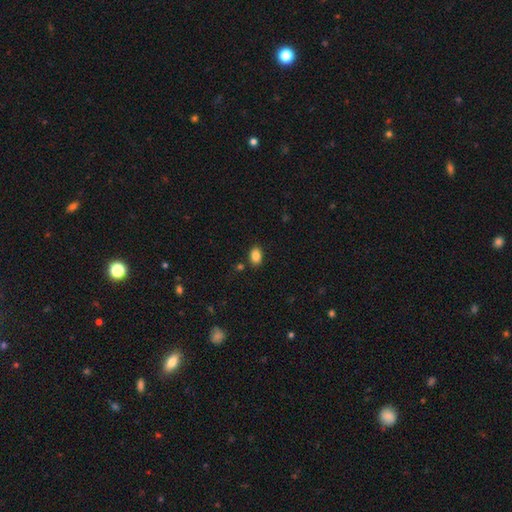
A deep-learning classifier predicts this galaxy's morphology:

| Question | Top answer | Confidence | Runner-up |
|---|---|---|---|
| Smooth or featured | smooth | 86% | star or artifact (9%) |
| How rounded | in between | 84% | round (15%) |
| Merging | none | 84% | minor disturbance (10%) |